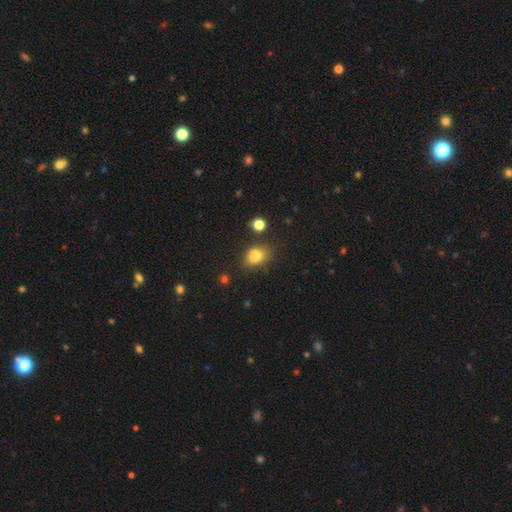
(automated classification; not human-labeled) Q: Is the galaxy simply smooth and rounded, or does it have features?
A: smooth — 82%.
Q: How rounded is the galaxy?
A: in between — 63%.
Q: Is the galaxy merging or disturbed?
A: none — 74%.